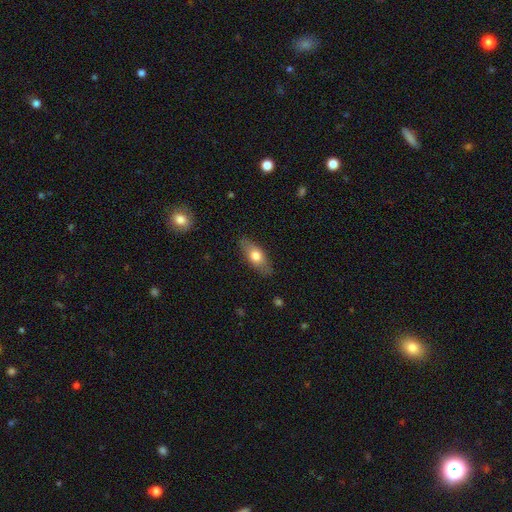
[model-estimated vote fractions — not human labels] Overall: smooth (66%; featured or disk 28%). How rounded: in between (76%). Merging: none (85%).